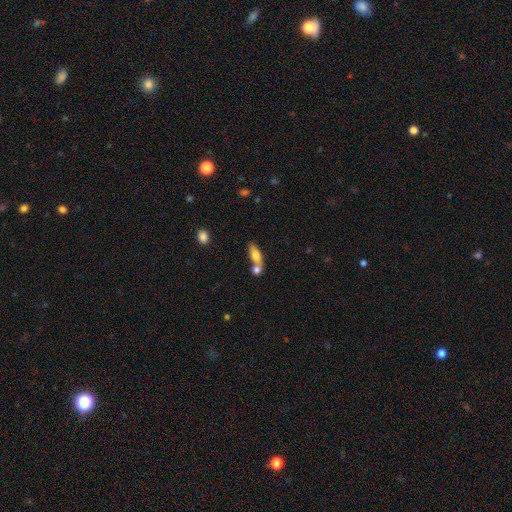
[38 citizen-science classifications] A smooth galaxy with no disk features (92%) that is in between round and cigar-shaped (71%). Merging: none (78%).